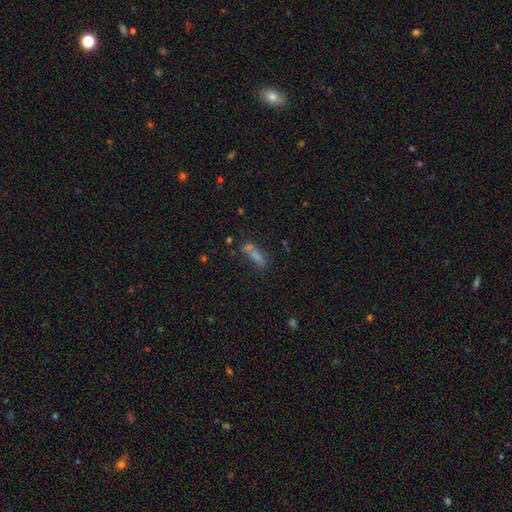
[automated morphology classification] Q: Smooth or featured?
A: smooth (57%); runner-up: star or artifact (24%)
Q: How rounded?
A: in between (48%); runner-up: cigar-shaped (46%)
Q: Merging?
A: none (49%); runner-up: merger (22%)